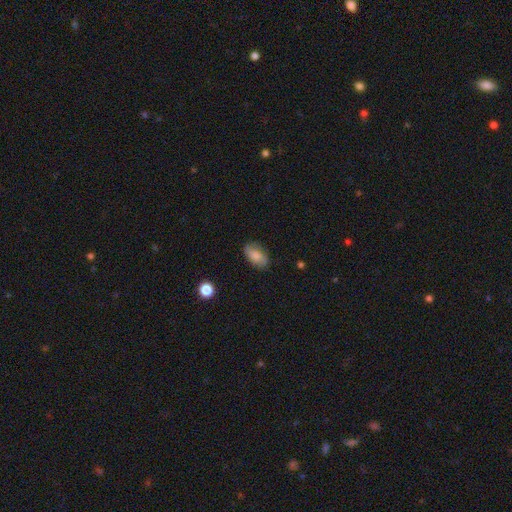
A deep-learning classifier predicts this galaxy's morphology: Smooth or featured? Predicted: smooth (p=0.74). How rounded? Predicted: in between (p=0.91). Merging? Predicted: none (p=0.77).